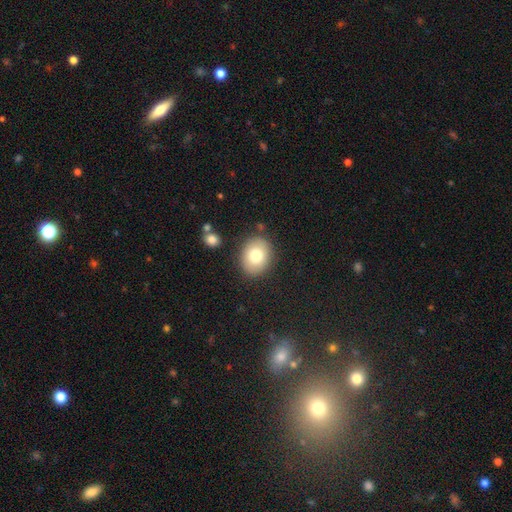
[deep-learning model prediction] Smooth or featured: smooth — 79% (featured or disk — 13%)
How rounded: in between — 53% (round — 46%)
Merging: none — 85% (minor disturbance — 10%)